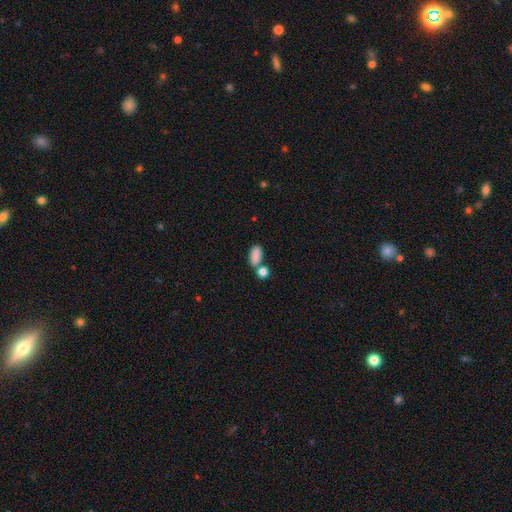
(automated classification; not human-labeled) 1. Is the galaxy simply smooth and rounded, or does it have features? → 85% smooth, 9% star or artifact, 6% featured or disk.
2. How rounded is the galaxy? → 87% in between, 7% round, 6% cigar-shaped.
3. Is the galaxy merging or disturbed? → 54% none, 28% merger, 13% minor disturbance, 5% major disturbance.